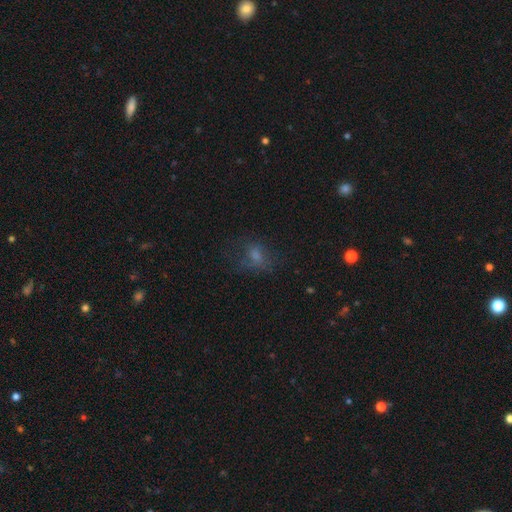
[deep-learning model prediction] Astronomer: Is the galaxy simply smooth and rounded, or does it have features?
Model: smooth — 56%.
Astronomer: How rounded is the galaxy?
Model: in between — 57% (runner-up: round, 40%).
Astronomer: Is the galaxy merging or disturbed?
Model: none — 50% (runner-up: major disturbance, 26%).